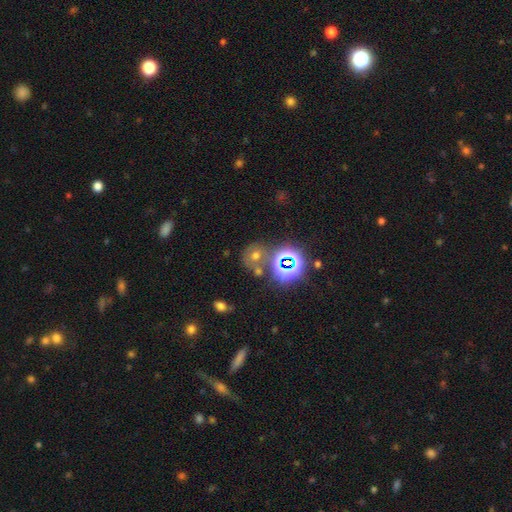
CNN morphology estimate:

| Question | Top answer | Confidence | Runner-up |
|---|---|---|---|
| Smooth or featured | smooth | 50% | star or artifact (36%) |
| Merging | none | 61% | merger (19%) |